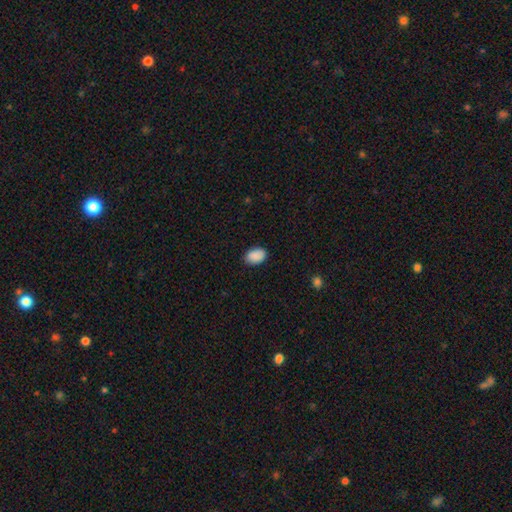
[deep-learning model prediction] smooth_or_featured: smooth (p=0.90) [alt: star or artifact p=0.07]
how_rounded: in between (p=0.87) [alt: round p=0.12]
merging: none (p=0.86) [alt: minor disturbance p=0.11]